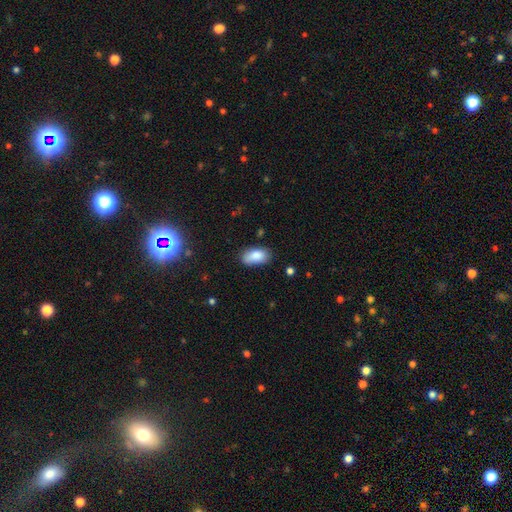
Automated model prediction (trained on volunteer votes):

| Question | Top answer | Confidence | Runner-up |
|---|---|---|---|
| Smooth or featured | smooth | 85% | featured or disk (7%) |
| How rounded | in between | 93% | round (4%) |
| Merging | none | 73% | minor disturbance (20%) |